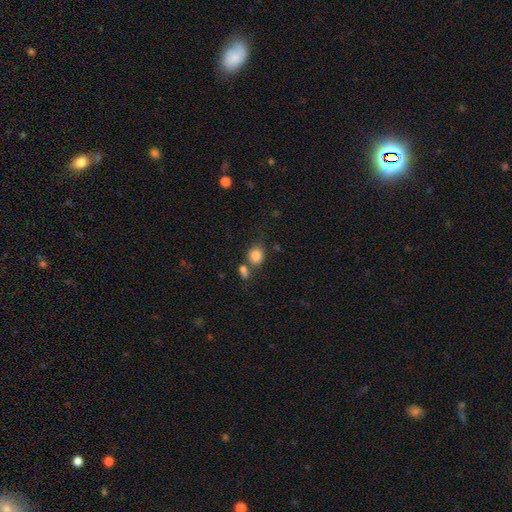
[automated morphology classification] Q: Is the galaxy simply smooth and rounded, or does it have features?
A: smooth — 84%.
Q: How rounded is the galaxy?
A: round — 72%.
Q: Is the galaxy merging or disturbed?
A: none — 59%.